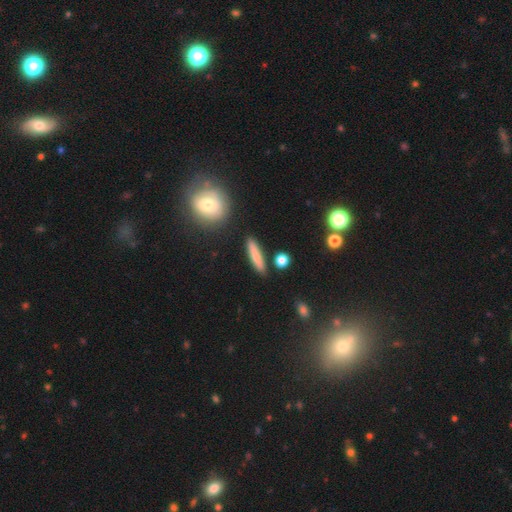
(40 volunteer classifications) Smooth or featured: smooth — 88% (featured or disk — 10%)
How rounded: cigar-shaped — 97% (in between — 3%)
Merging: none — 82% (minor disturbance — 15%)